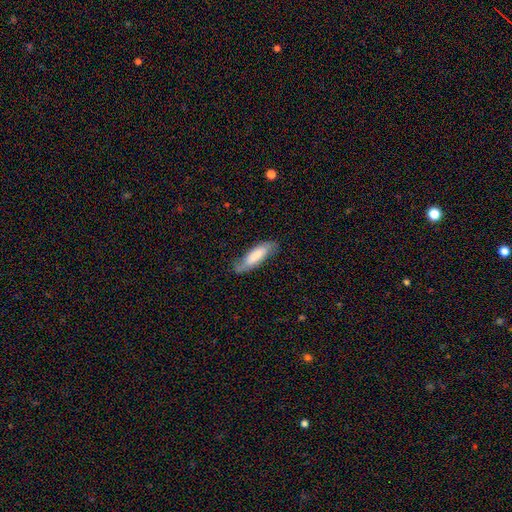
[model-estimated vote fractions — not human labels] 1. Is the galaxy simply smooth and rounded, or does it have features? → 70% smooth, 24% featured or disk, 6% star or artifact.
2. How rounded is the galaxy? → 53% cigar-shaped, 46% in between, 2% round.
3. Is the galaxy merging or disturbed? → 69% none, 23% minor disturbance, 6% major disturbance, 2% merger.